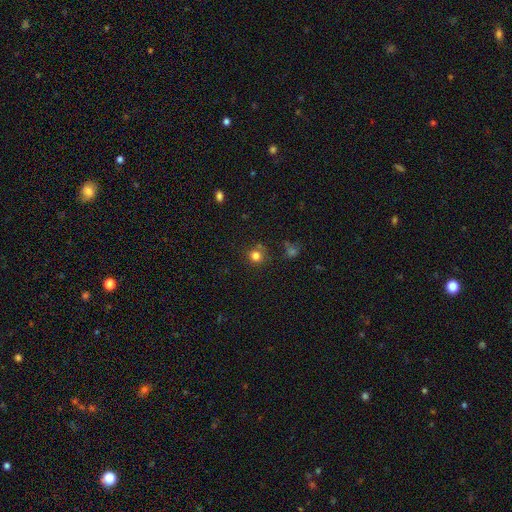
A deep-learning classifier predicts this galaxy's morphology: Overall: smooth (79%). How rounded: round (89%). Merging: none (77%).